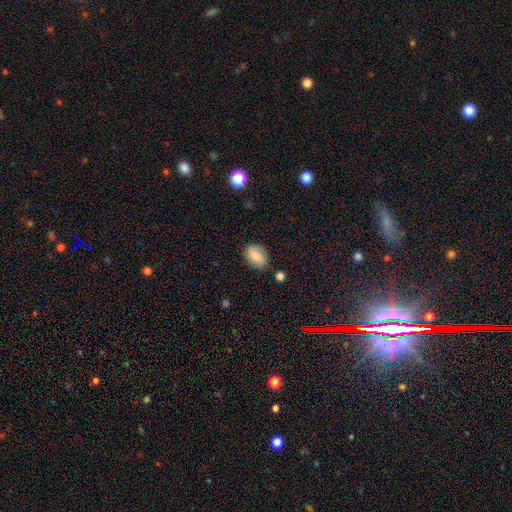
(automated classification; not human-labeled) Smooth or featured: smooth — 76% (featured or disk — 15%)
How rounded: in between — 75% (round — 23%)
Merging: none — 76% (minor disturbance — 17%)